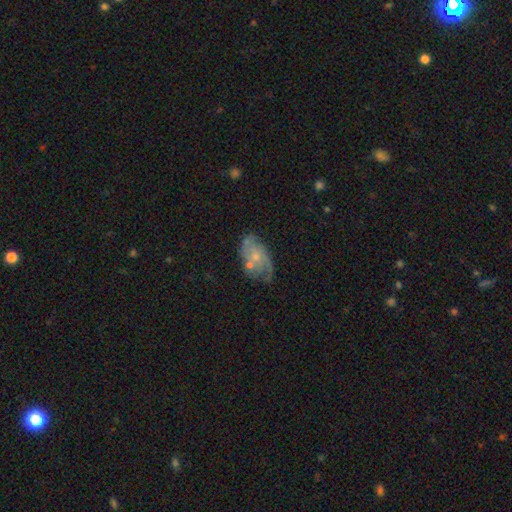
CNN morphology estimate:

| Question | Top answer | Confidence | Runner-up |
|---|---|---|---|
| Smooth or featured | featured or disk | 62% | smooth (31%) |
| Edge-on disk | no | 96% | yes (4%) |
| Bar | no | 79% | weak (18%) |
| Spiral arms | yes | 72% | no (28%) |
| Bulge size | small | 65% | moderate (24%) |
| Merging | none | 46% | minor disturbance (27%) |